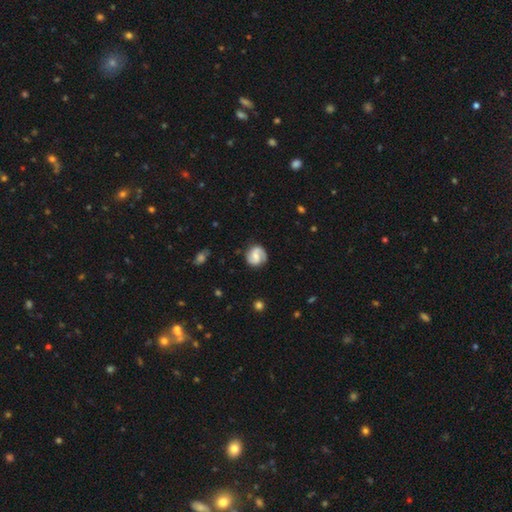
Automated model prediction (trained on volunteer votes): This is likely a featured or disk galaxy (69%). It is clearly not viewed edge-on (98%). Bar: possibly weak (49%). Spiral arm pattern: clearly yes (93%). Spiral arm count: clearly 2 (83%). Spiral winding: possibly medium (46%). Central bulge: marginally small (42%). Merging: likely none (78%).